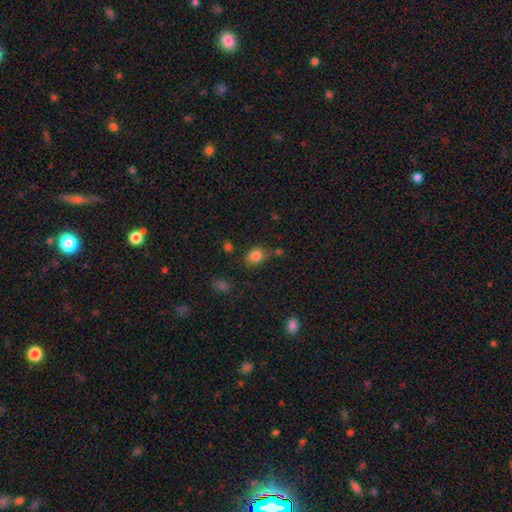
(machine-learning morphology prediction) Smooth or featured? smooth (83%)
How rounded? round (52%)
Merging? none (68%)